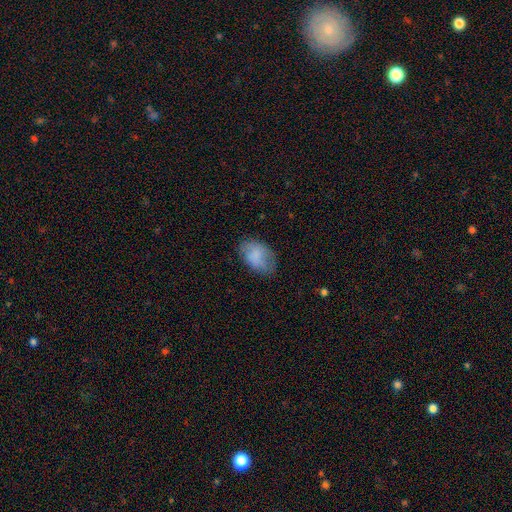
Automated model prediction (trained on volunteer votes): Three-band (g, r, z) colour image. It shows a smooth galaxy with no disk features (78%) that is in between round and cigar-shaped (89%). Merging: none (66%).